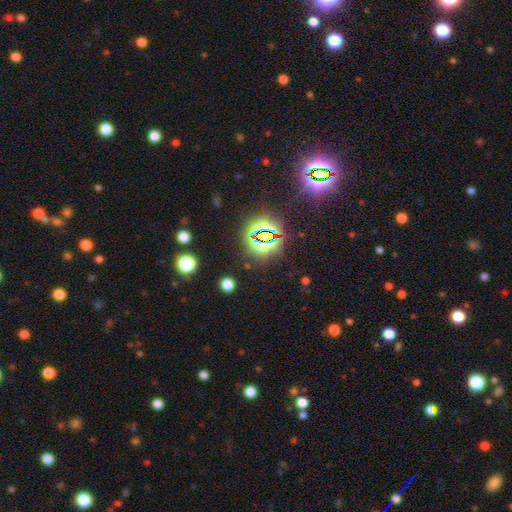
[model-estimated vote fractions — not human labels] Overall: star or artifact (81%).